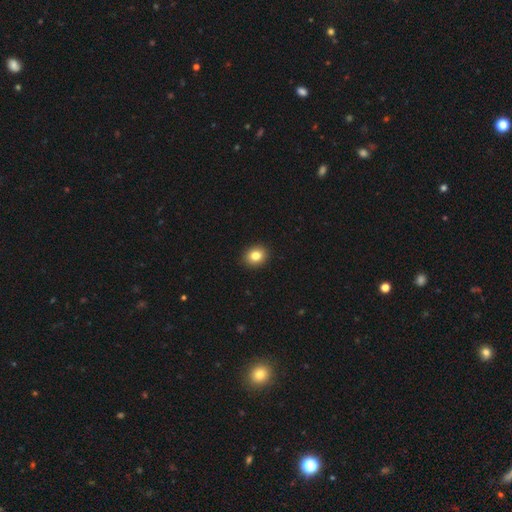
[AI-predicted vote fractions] This is clearly a smooth galaxy (83%). How rounded: likely round (62%). Merging: clearly none (92%).